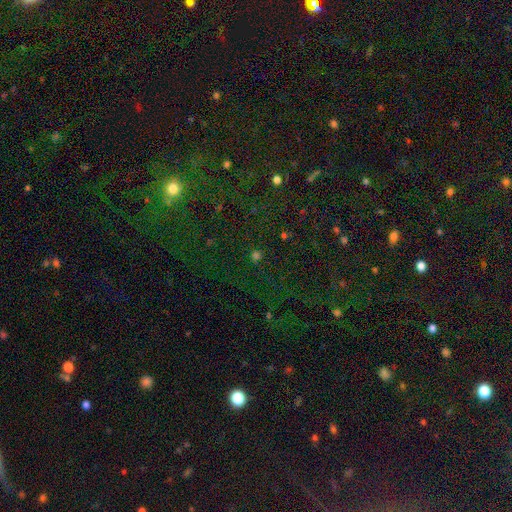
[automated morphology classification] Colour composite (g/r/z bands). It shows a star or artifact, not a galaxy (61%).